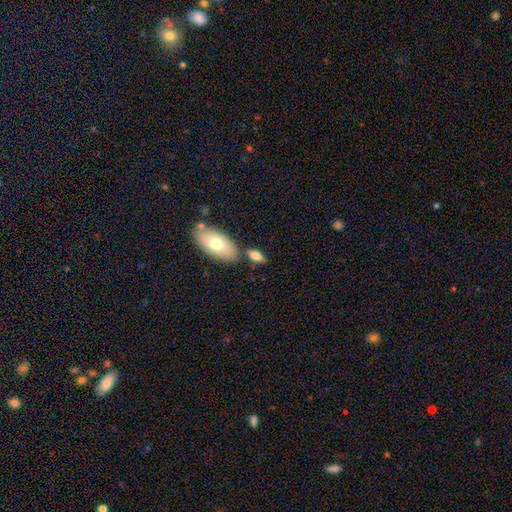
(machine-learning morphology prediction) Smooth or featured: smooth — 75% (featured or disk — 18%)
How rounded: in between — 82% (cigar-shaped — 12%)
Merging: none — 63% (merger — 18%)